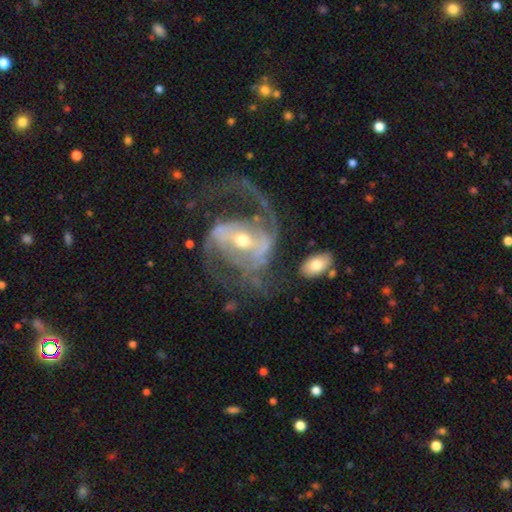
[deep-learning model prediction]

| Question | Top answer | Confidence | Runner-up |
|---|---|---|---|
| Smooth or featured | featured or disk | 87% | star or artifact (7%) |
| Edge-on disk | no | 97% | yes (3%) |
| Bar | strong | 41% | weak (36%) |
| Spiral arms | yes | 92% | no (8%) |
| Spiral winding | medium | 48% | loose (32%) |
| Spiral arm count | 2 | 63% | can't tell (11%) |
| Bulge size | small | 54% | moderate (41%) |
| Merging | none | 43% | major disturbance (33%) |